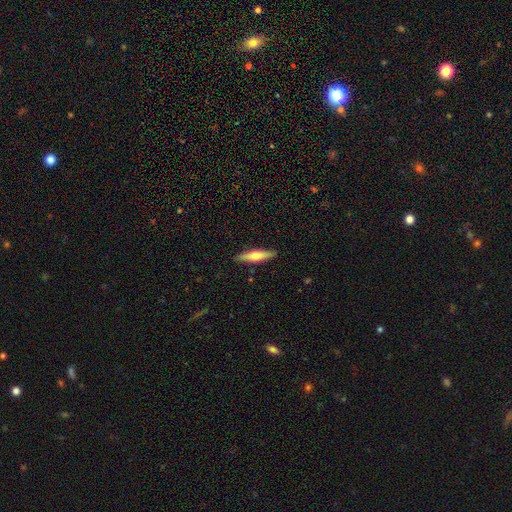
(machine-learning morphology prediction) This is possibly a smooth galaxy (51%). How rounded: likely cigar-shaped (79%). Merging: clearly none (89%).